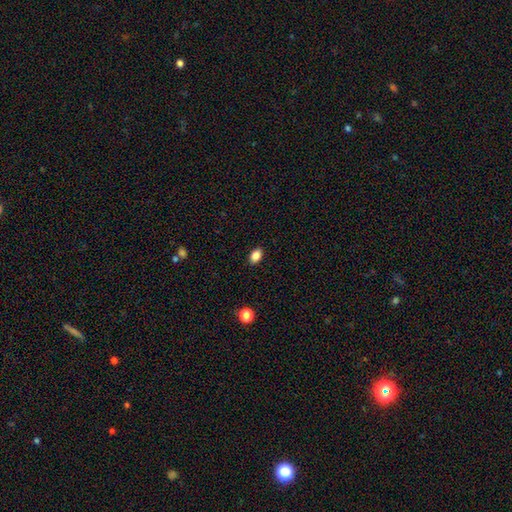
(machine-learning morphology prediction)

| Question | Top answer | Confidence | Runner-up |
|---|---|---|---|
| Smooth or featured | smooth | 87% | star or artifact (9%) |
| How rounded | in between | 85% | round (14%) |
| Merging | none | 89% | minor disturbance (8%) |